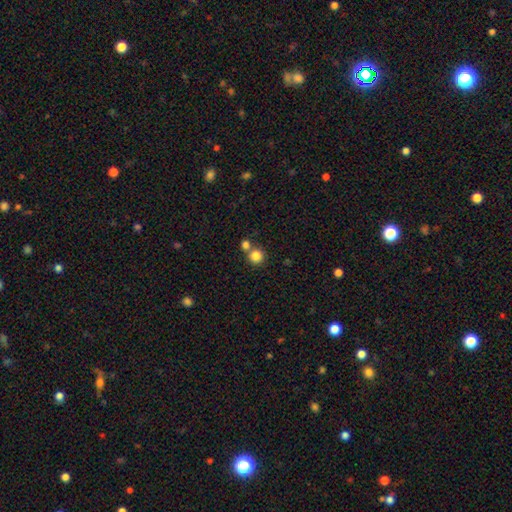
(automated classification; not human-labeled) A smooth galaxy with no disk features (83%) that is round (93%).

Vote fractions:
- Smooth or featured? smooth: 83% / star or artifact: 11% / featured or disk: 6%
- How rounded? round: 93% / in between: 6% / cigar-shaped: 1%
- Merging? none: 60% / merger: 31% / minor disturbance: 6% / major disturbance: 3%